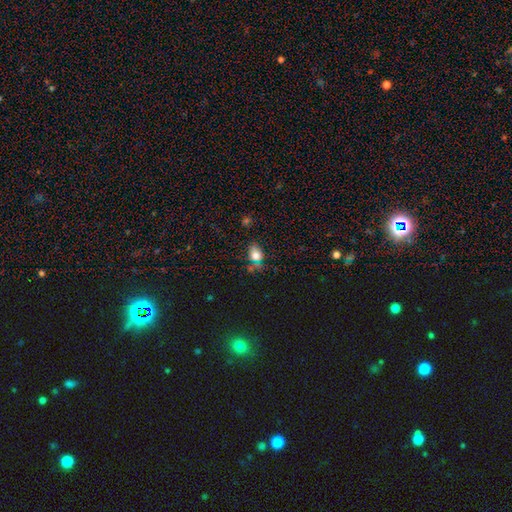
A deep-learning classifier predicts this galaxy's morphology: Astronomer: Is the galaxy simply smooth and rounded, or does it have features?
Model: smooth — 70%.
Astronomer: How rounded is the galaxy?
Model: in between — 67%.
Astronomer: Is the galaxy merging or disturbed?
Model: none — 57%.